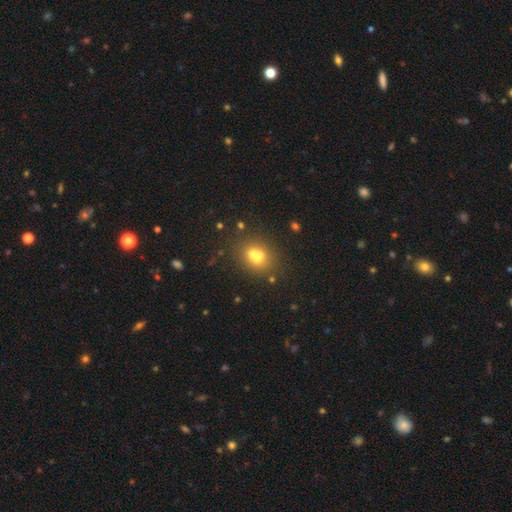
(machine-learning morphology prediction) Smooth or featured?
  - smooth: 63% *
  - featured or disk: 20%
  - star or artifact: 17%
How rounded?
  - round: 63% *
  - in between: 36%
  - cigar-shaped: 1%
Merging?
  - merger: 48% *
  - none: 39%
  - minor disturbance: 9%
  - major disturbance: 4%